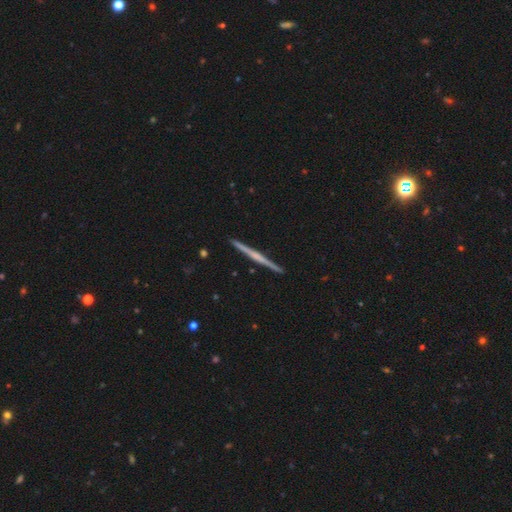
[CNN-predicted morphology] Smooth or featured? Predicted: featured or disk (p=0.73). Edge-on disk? Predicted: yes (p=0.98). Edge-on bulge? Predicted: none (p=0.52). Merging? Predicted: none (p=0.93).